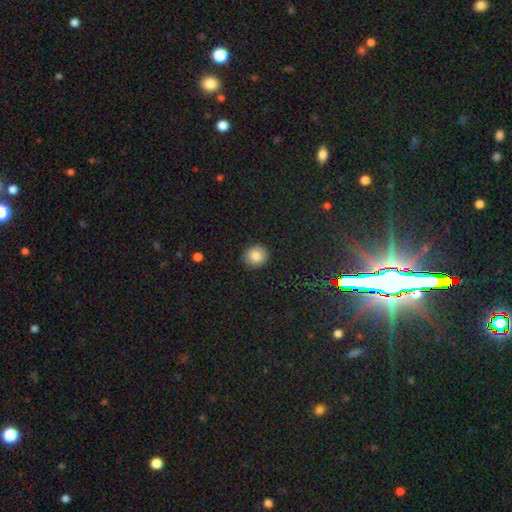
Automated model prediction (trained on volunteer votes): smooth-or-featured: smooth: 84% | star or artifact: 9% | featured or disk: 7%
  how-rounded: round: 84% | in between: 15% | cigar-shaped: 1%
  merging: none: 90% | minor disturbance: 7% | major disturbance: 2% | merger: 1%